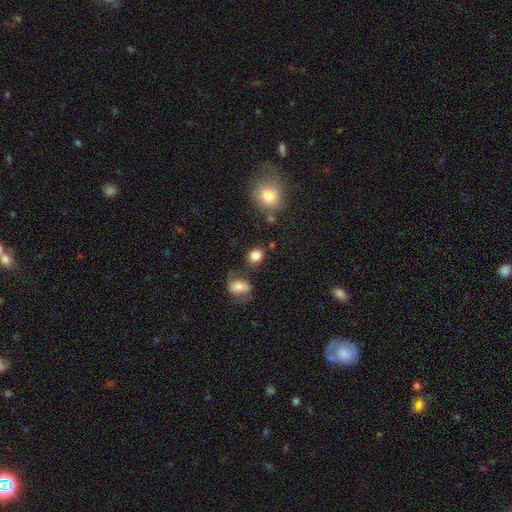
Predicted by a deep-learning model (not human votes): Smooth or featured? smooth (84%)
How rounded? round (61%)
Merging? none (72%)